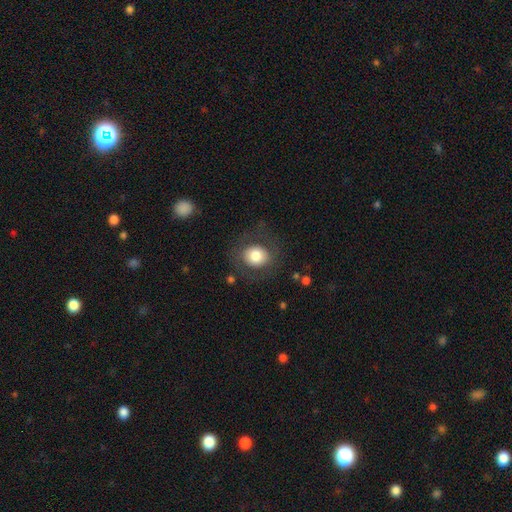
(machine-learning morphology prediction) This appears to be a smooth galaxy with no disk features (75%) that is round (72%). Merging: none (76%).